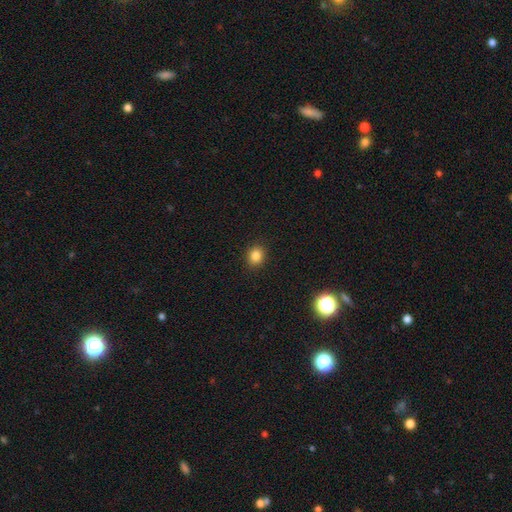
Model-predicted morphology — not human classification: Smooth or featured: smooth — 83% (star or artifact — 12%)
How rounded: round — 66% (in between — 33%)
Merging: none — 91% (minor disturbance — 6%)